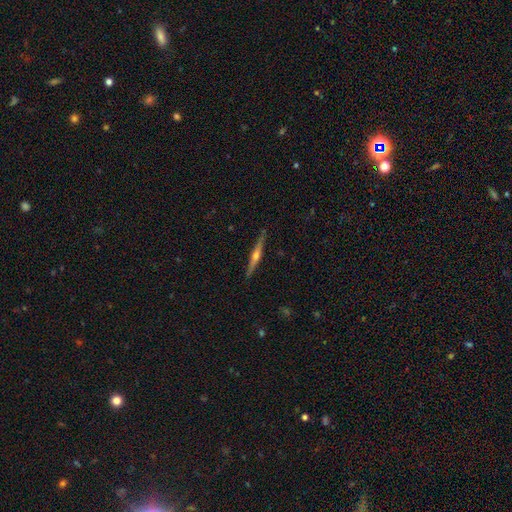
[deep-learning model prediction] Smooth or featured? Predicted: featured or disk (p=0.78). Edge-on disk? Predicted: yes (p=0.98). Edge-on bulge? Predicted: rounded (p=0.90). Merging? Predicted: none (p=0.89).